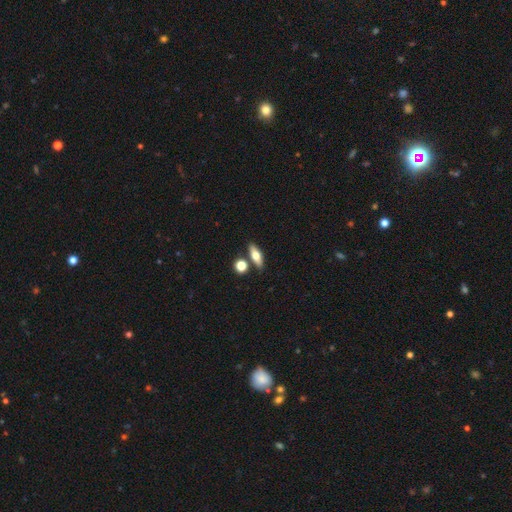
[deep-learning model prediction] Smooth or featured? Predicted: smooth (p=0.59). How rounded? Predicted: in between (p=0.61). Merging? Predicted: none (p=0.76).